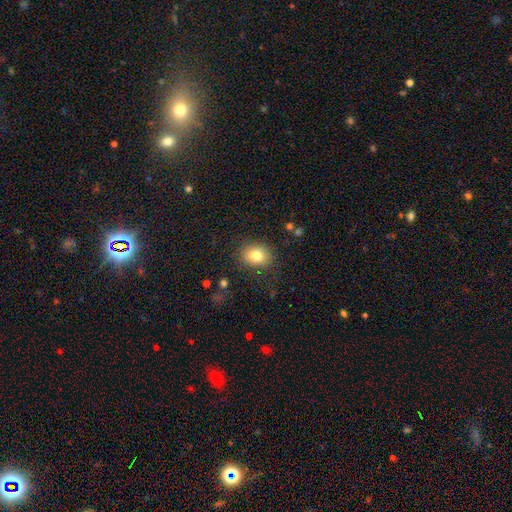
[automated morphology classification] Smooth or featured? smooth (80%)
How rounded? in between (56%)
Merging? none (84%)